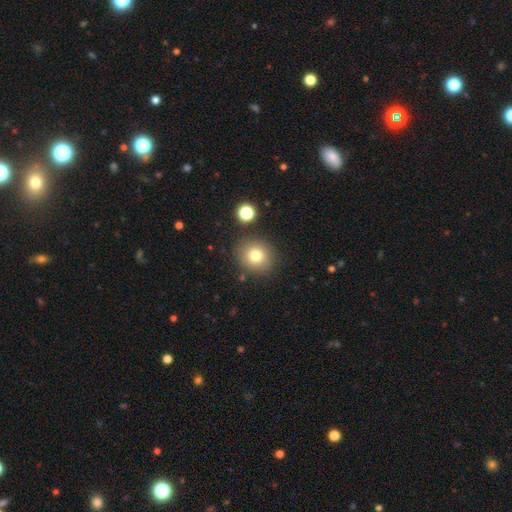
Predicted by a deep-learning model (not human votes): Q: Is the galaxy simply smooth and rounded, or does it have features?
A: smooth — 78%.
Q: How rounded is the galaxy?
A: round — 84%.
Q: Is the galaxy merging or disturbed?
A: none — 84%.